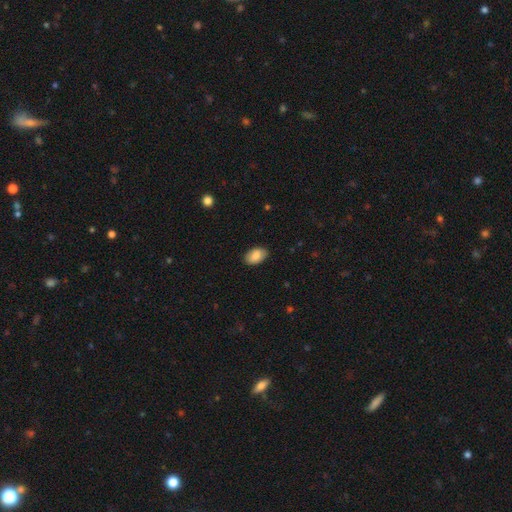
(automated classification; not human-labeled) Smooth or featured?
  - smooth: 87% *
  - star or artifact: 7%
  - featured or disk: 6%
How rounded?
  - in between: 92% *
  - round: 7%
  - cigar-shaped: 1%
Merging?
  - none: 86% *
  - minor disturbance: 11%
  - major disturbance: 2%
  - merger: 1%